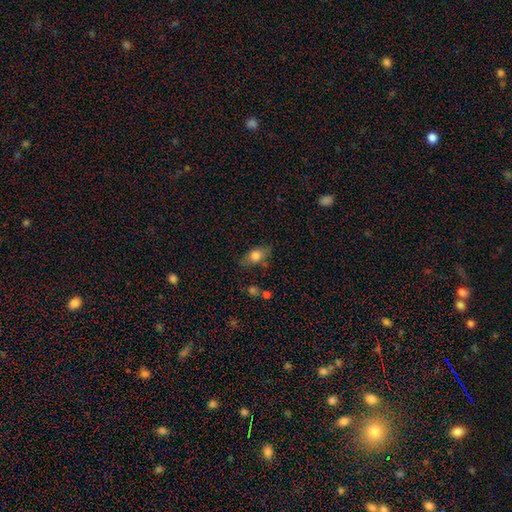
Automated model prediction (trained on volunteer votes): Q: Smooth or featured?
A: smooth (74%); runner-up: featured or disk (17%)
Q: How rounded?
A: in between (77%); runner-up: round (16%)
Q: Merging?
A: none (68%); runner-up: minor disturbance (22%)